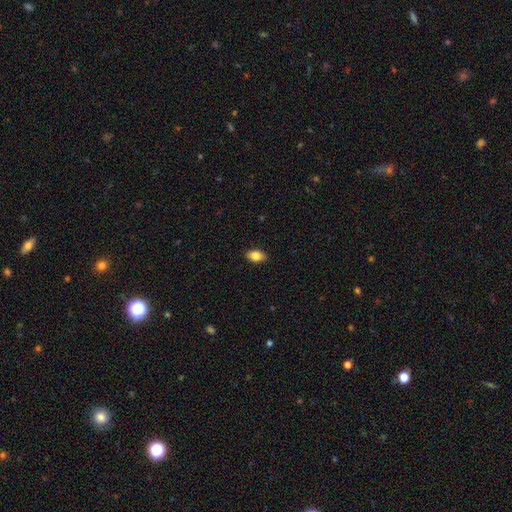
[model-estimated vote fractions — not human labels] A smooth galaxy with no disk features (84%) that is in between round and cigar-shaped (90%). Merging: none (88%).